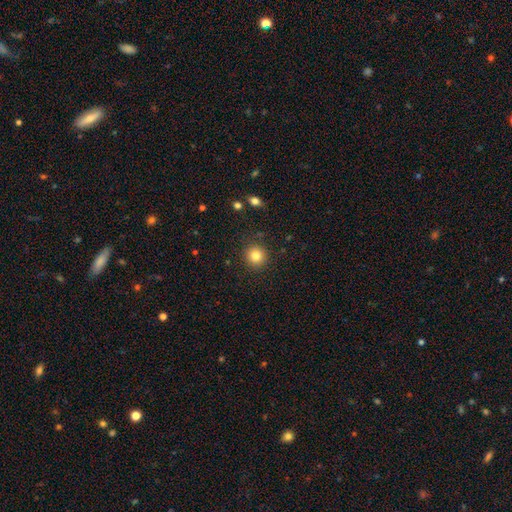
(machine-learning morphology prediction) smooth-or-featured: smooth: 83% | star or artifact: 11% | featured or disk: 6%
  how-rounded: round: 93% | in between: 6% | cigar-shaped: 1%
  merging: none: 90% | minor disturbance: 6% | major disturbance: 2% | merger: 1%